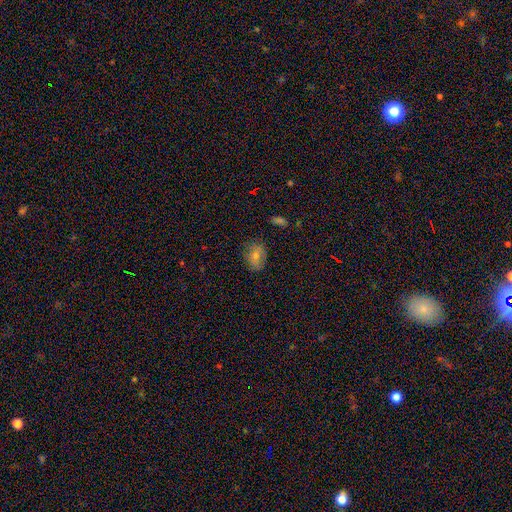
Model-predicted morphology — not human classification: Overall: smooth (74%). How rounded: in between (70%). Merging: none (72%).